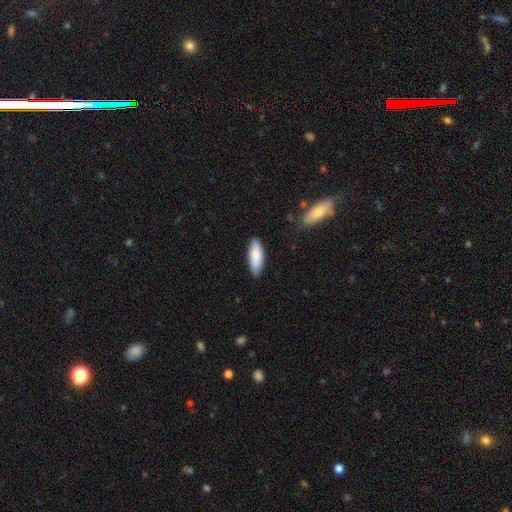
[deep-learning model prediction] smooth_or_featured: smooth (p=0.84) [alt: featured or disk p=0.10]
how_rounded: in between (p=0.66) [alt: cigar-shaped p=0.32]
merging: none (p=0.81) [alt: minor disturbance p=0.15]